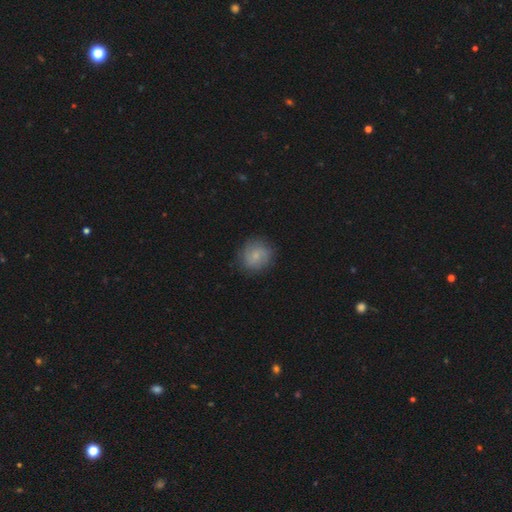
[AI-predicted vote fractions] Q: Smooth or featured?
A: smooth (59%); runner-up: featured or disk (33%)
Q: How rounded?
A: round (85%); runner-up: in between (14%)
Q: Merging?
A: none (84%); runner-up: minor disturbance (11%)